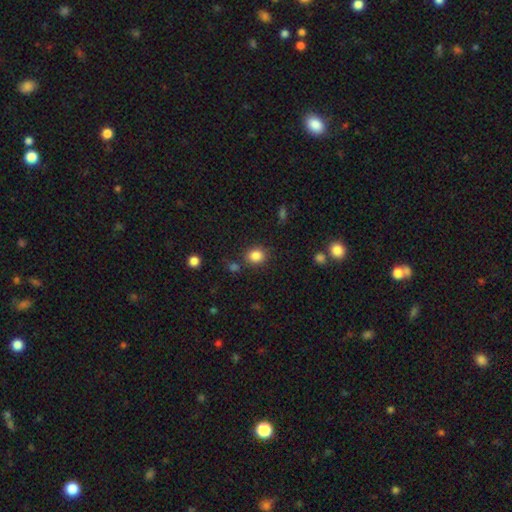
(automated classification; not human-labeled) Smooth or featured? Predicted: smooth (p=0.85). How rounded? Predicted: round (p=0.66). Merging? Predicted: none (p=0.81).